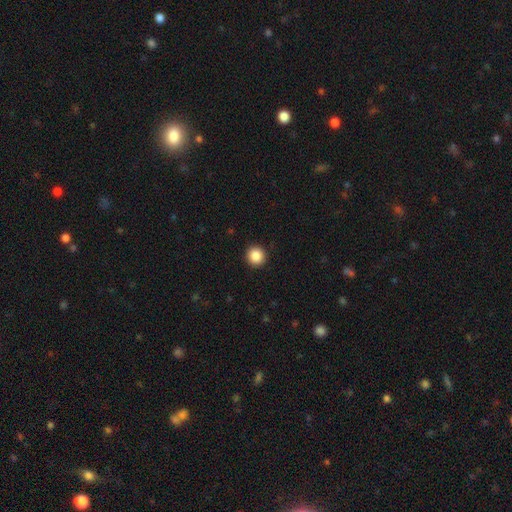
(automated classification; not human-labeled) Smooth or featured? Predicted: smooth (p=0.88). How rounded? Predicted: round (p=0.94). Merging? Predicted: none (p=0.93).